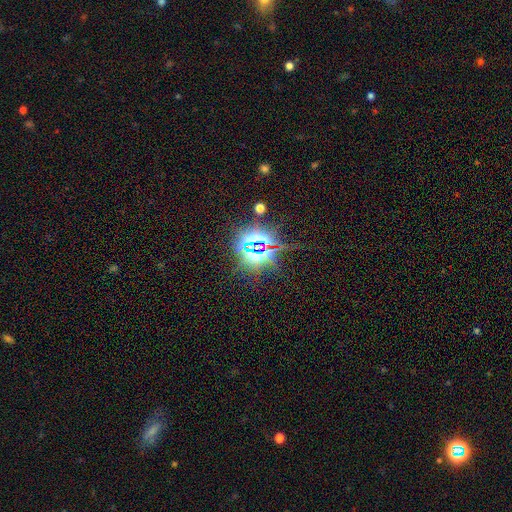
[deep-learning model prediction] Q: Smooth or featured?
A: star or artifact (81%); runner-up: smooth (11%)